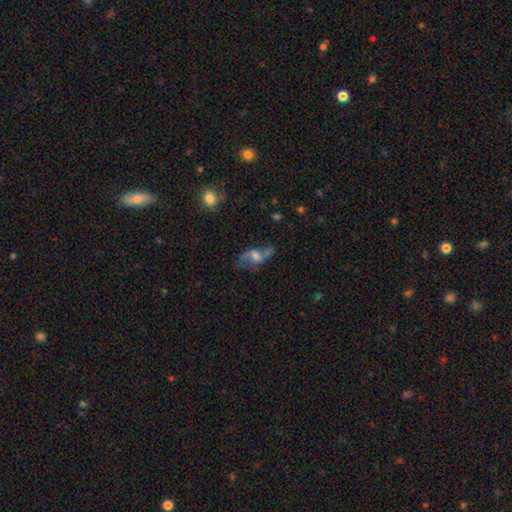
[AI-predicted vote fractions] The model was most divided on "bar": no: 44%, weak: 43%, strong: 12%. Remaining: edge-on disk — no (94%); spiral arm count — 2 (88%); spiral arms — yes (86%); spiral winding — loose (80%); smooth or featured — featured or disk (68%); merging — none (56%); bulge size — moderate (44%).